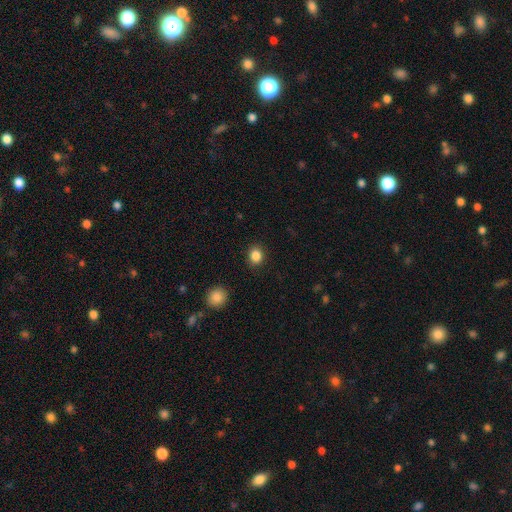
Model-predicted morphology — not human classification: smooth-or-featured: smooth: 86% | star or artifact: 10% | featured or disk: 3%
  how-rounded: round: 69% | in between: 30% | cigar-shaped: 1%
  merging: none: 89% | minor disturbance: 7% | major disturbance: 2% | merger: 1%